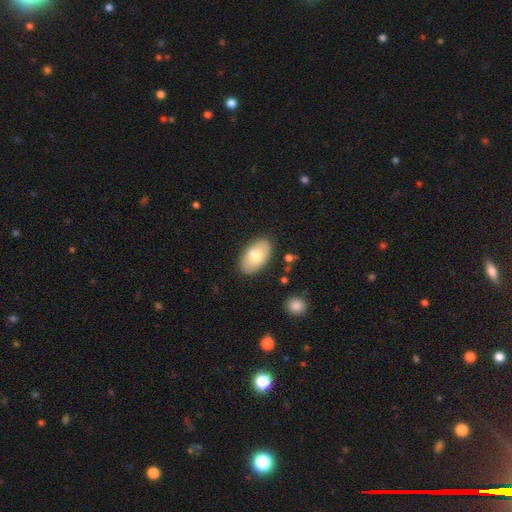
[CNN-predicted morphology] A smooth galaxy with no disk features (73%) that is in between round and cigar-shaped (94%). Merging: none (84%).